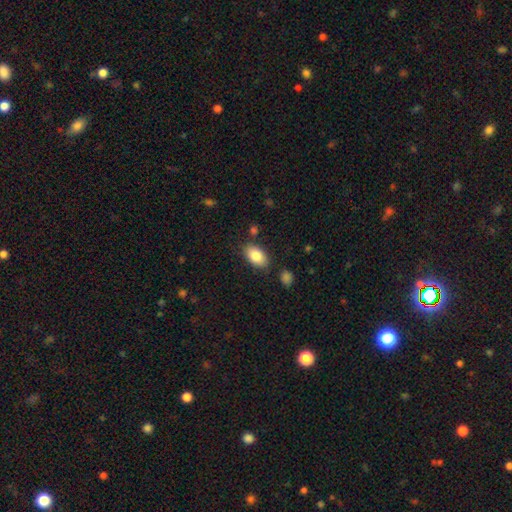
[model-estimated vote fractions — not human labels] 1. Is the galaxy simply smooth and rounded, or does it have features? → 85% smooth, 8% featured or disk, 7% star or artifact.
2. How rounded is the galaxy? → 92% in between, 6% round, 2% cigar-shaped.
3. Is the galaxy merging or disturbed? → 82% none, 12% minor disturbance, 4% merger, 3% major disturbance.